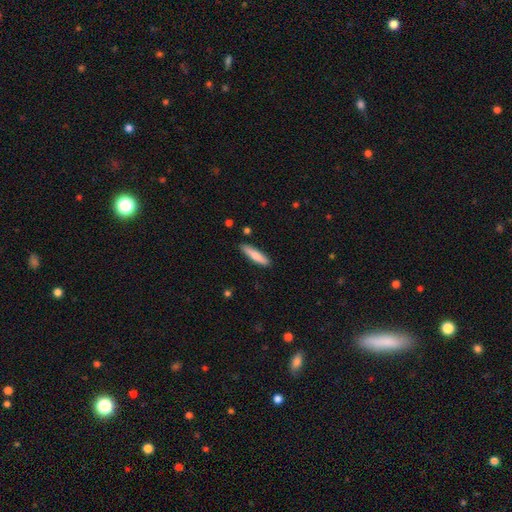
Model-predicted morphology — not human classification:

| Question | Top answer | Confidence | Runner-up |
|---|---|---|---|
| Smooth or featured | smooth | 77% | featured or disk (17%) |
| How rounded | cigar-shaped | 78% | in between (20%) |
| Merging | none | 87% | minor disturbance (10%) |